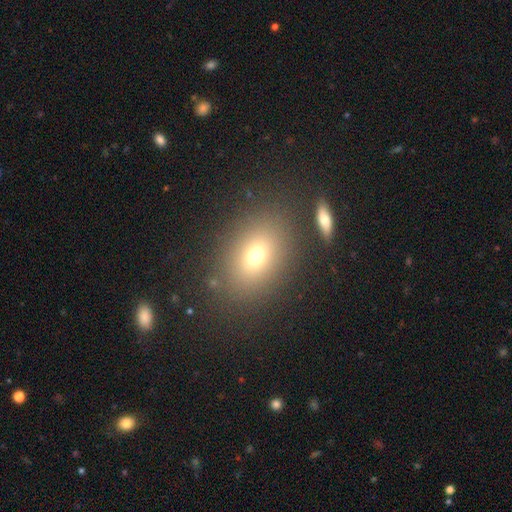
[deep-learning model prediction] Smooth or featured? Predicted: smooth (p=0.70). How rounded? Predicted: in between (p=0.70). Merging? Predicted: none (p=0.83).